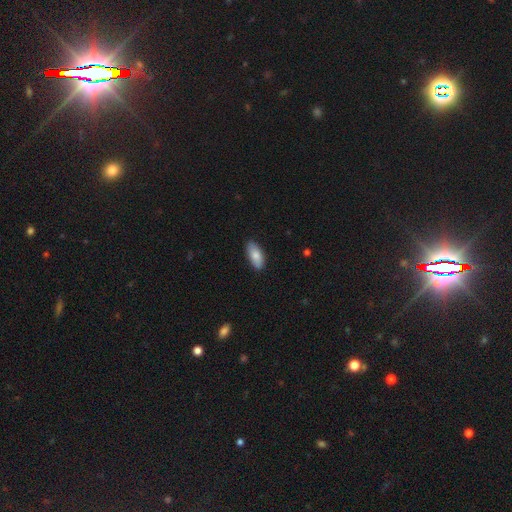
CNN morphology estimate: A smooth galaxy with no disk features (81%) that is in between round and cigar-shaped (85%). Merging: none (85%).